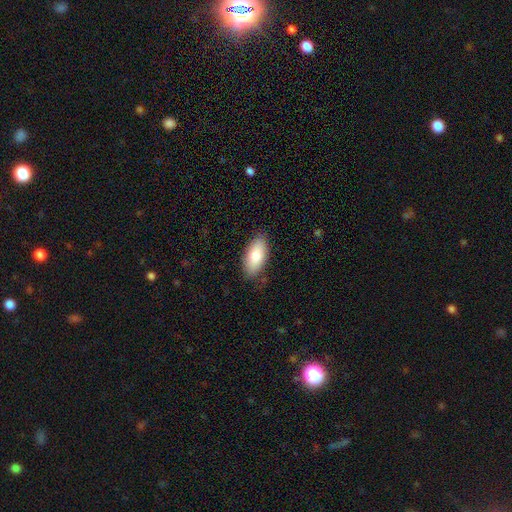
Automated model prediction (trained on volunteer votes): Morphology: type=smooth (80%); roundness=in between (91%); merging=none (82%).